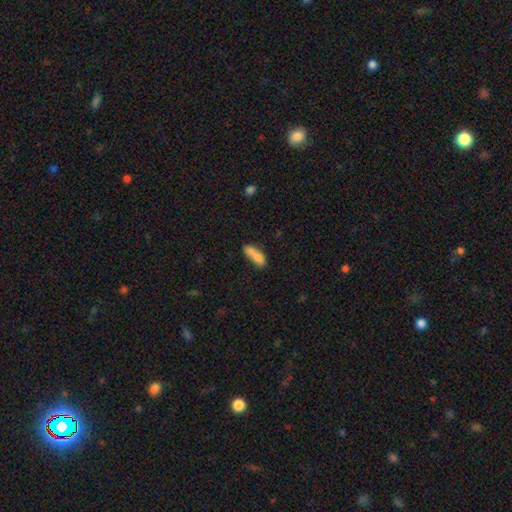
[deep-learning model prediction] Morphology: type=smooth (74%); roundness=in between (68%); merging=merger (48%).